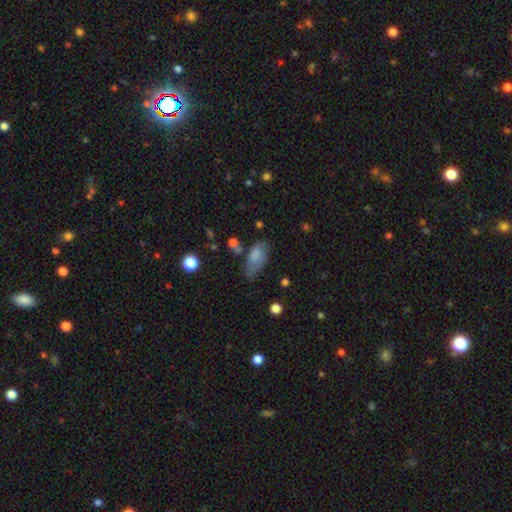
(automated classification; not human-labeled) A smooth galaxy with no disk features (73%) that is in between round and cigar-shaped (89%). Merging: none (44%).